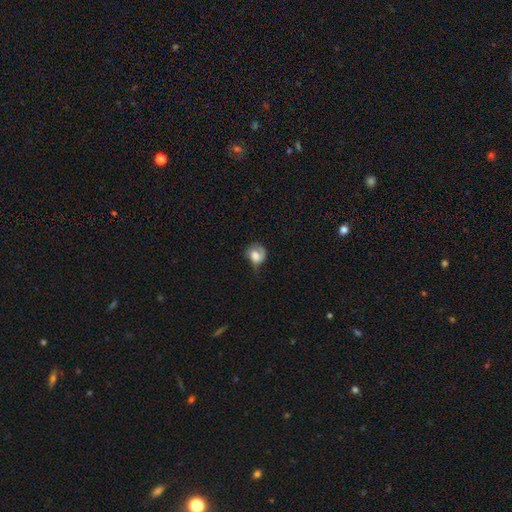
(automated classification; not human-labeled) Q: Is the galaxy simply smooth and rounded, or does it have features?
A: smooth — 61%.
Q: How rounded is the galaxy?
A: round — 67%.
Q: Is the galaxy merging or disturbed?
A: none — 35%.